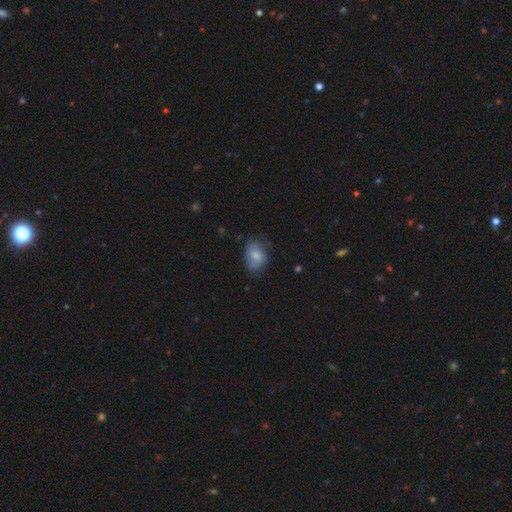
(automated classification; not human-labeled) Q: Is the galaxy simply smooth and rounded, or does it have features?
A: smooth — 66%.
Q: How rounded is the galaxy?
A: in between — 70%.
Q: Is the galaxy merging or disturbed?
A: none — 57%.